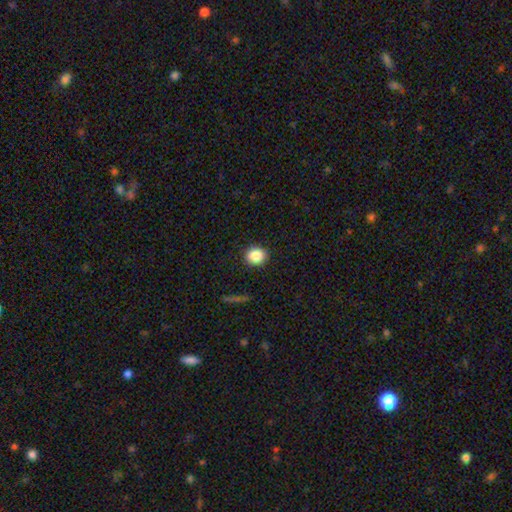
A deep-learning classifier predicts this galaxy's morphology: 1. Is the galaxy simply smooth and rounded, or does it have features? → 87% smooth, 9% star or artifact, 4% featured or disk.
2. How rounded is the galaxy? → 79% round, 19% in between, 1% cigar-shaped.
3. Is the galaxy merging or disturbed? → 91% none, 6% minor disturbance, 2% major disturbance, 1% merger.